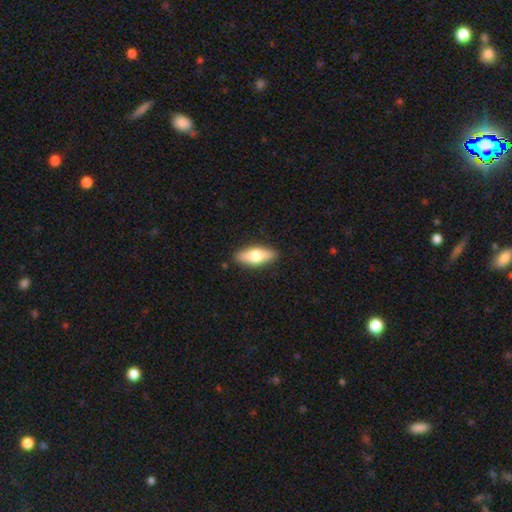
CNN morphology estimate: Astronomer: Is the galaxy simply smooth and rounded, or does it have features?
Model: smooth — 65%.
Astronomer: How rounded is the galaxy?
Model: in between — 72%.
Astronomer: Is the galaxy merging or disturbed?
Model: none — 88%.